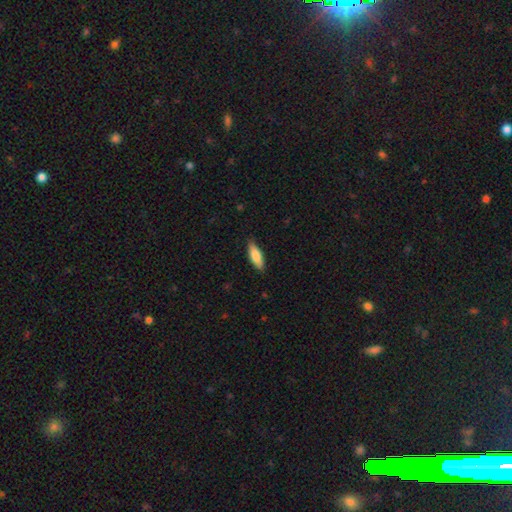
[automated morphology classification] smooth-or-featured: smooth: 81% | featured or disk: 14% | star or artifact: 6%
  how-rounded: in between: 56% | cigar-shaped: 42% | round: 2%
  merging: none: 87% | minor disturbance: 11% | major disturbance: 2% | merger: 1%